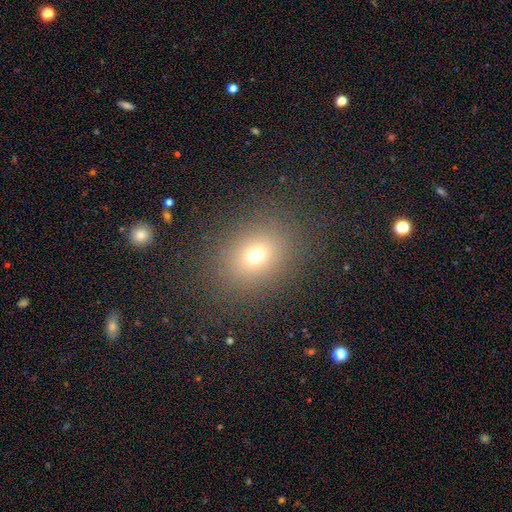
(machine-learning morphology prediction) Smooth or featured?
  - smooth: 69% *
  - star or artifact: 20%
  - featured or disk: 11%
How rounded?
  - round: 58% *
  - in between: 41%
  - cigar-shaped: 1%
Merging?
  - none: 84% *
  - minor disturbance: 8%
  - major disturbance: 6%
  - merger: 1%